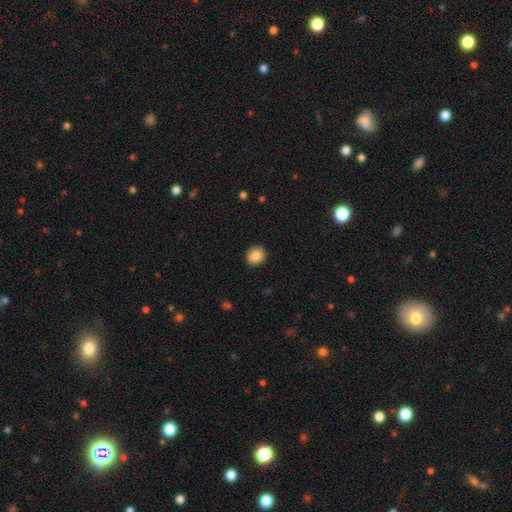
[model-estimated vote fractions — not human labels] The model was most divided on "how rounded": round: 76%, in between: 23%, cigar-shaped: 1%. More confident: merging — none (91%); smooth or featured — smooth (86%).